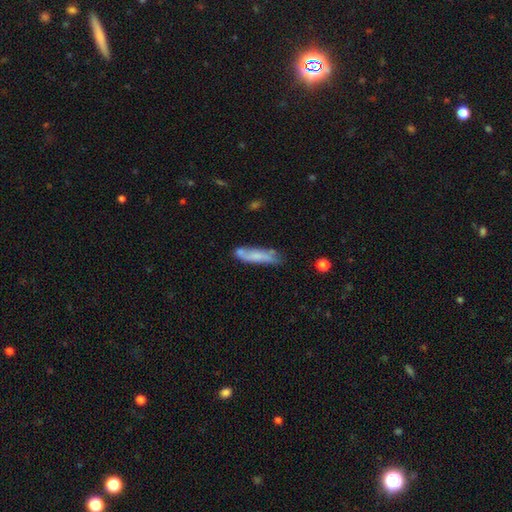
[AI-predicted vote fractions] This is likely a smooth galaxy (60%). How rounded: likely cigar-shaped (78%). Merging: likely none (61%).